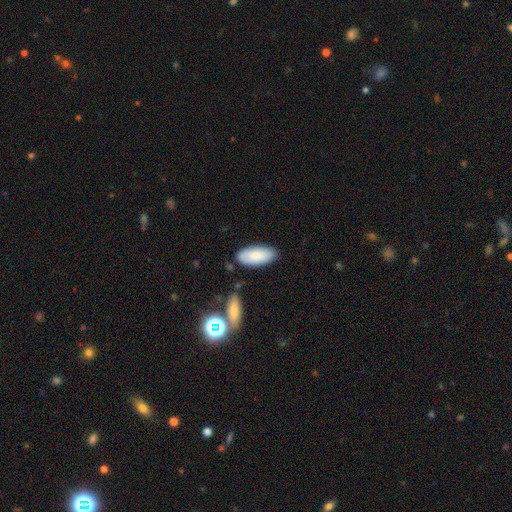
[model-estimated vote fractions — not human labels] A smooth galaxy with no disk features (85%) that is in between round and cigar-shaped (88%).

Vote fractions:
- Smooth or featured? smooth: 85% / featured or disk: 10% / star or artifact: 6%
- How rounded? in between: 88% / cigar-shaped: 11% / round: 2%
- Merging? none: 81% / minor disturbance: 13% / merger: 3% / major disturbance: 3%